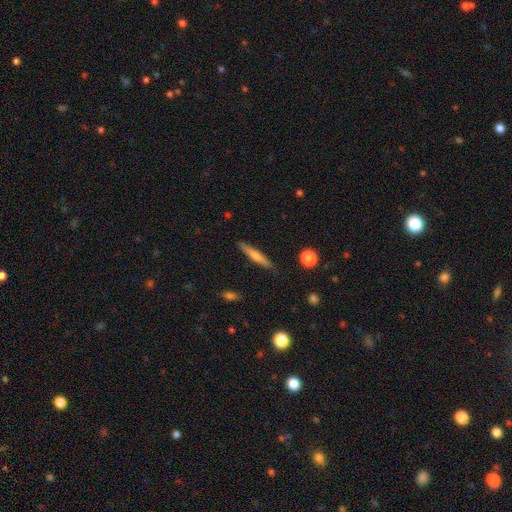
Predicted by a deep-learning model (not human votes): Smooth or featured? smooth (59%)
How rounded? cigar-shaped (91%)
Merging? none (87%)